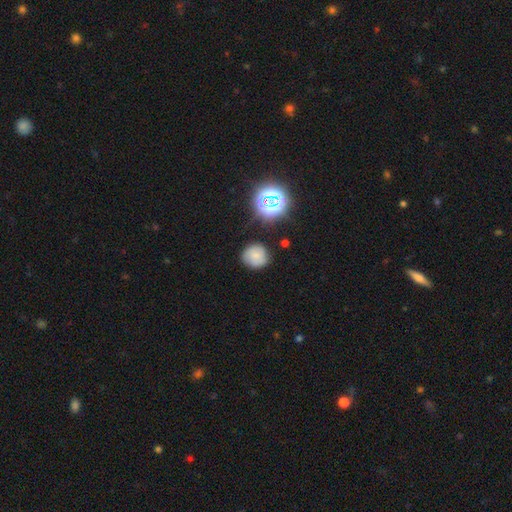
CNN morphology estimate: Smooth or featured: smooth — 70% (star or artifact — 15%)
How rounded: round — 88% (in between — 11%)
Merging: none — 77% (minor disturbance — 16%)